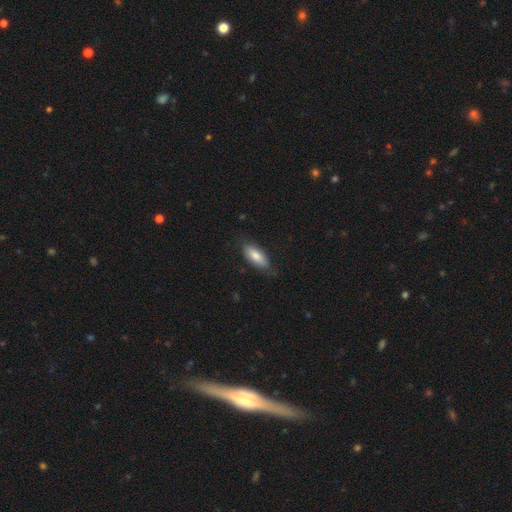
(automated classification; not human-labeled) Smooth or featured? smooth (79%)
How rounded? in between (80%)
Merging? none (77%)